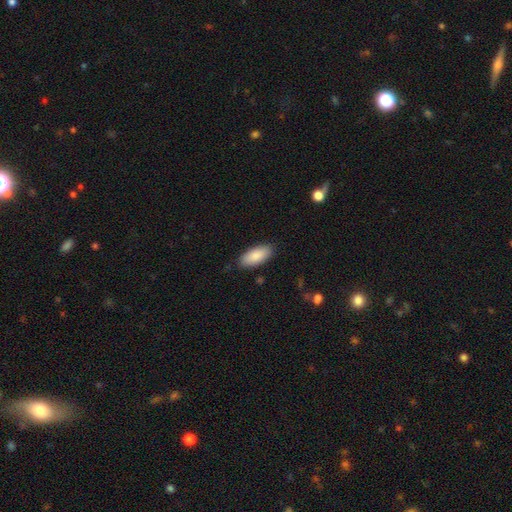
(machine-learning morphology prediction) A smooth galaxy with no disk features (88%) that is in between round and cigar-shaped (89%).

Vote fractions:
- Smooth or featured? smooth: 88% / featured or disk: 7% / star or artifact: 6%
- How rounded? in between: 89% / cigar-shaped: 9% / round: 2%
- Merging? none: 86% / minor disturbance: 10% / major disturbance: 2% / merger: 1%